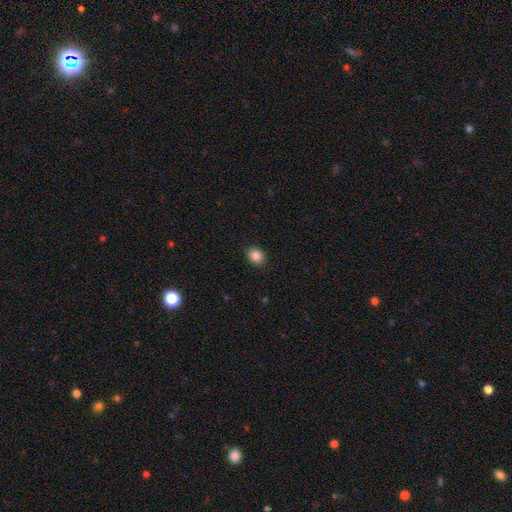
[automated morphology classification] A smooth galaxy with no disk features (87%) that is round (57%). Merging: none (90%).